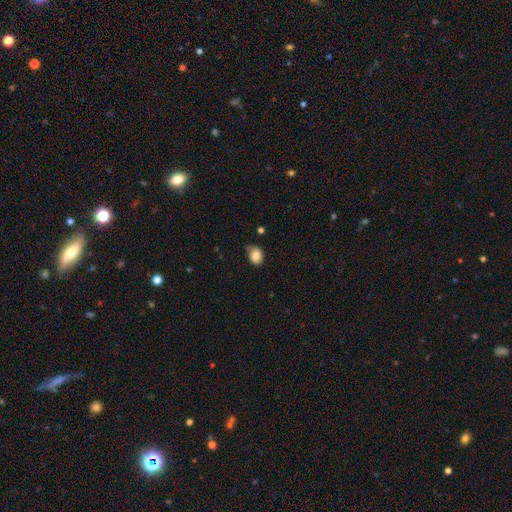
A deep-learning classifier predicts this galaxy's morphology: Smooth or featured: smooth — 84% (star or artifact — 9%)
How rounded: in between — 73% (round — 26%)
Merging: none — 62% (minor disturbance — 28%)